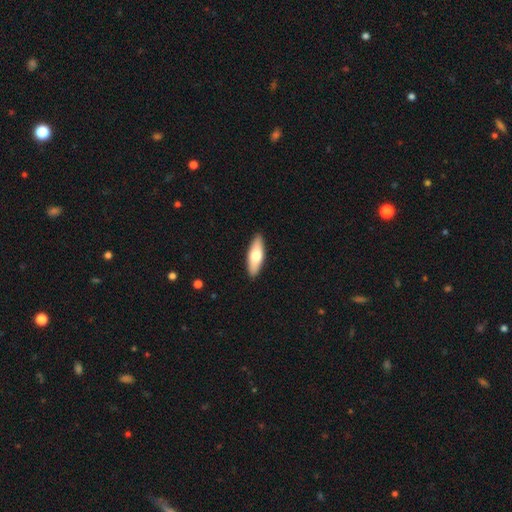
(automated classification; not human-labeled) The model was most divided on "how rounded": in between: 56%, cigar-shaped: 42%, round: 2%. More confident: merging — none (90%); smooth or featured — smooth (67%).